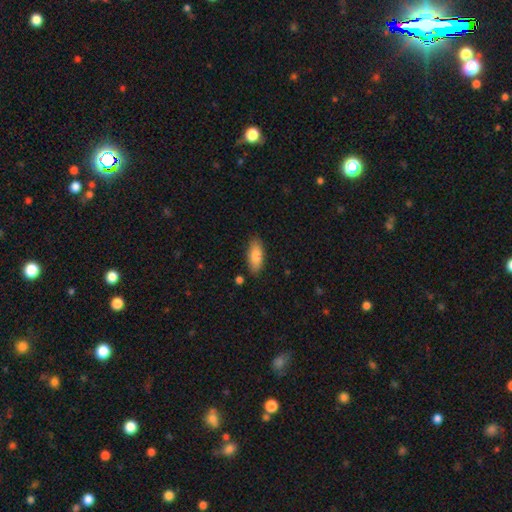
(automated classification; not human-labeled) smooth_or_featured: smooth (p=0.83) [alt: featured or disk p=0.11]
how_rounded: in between (p=0.78) [alt: cigar-shaped p=0.20]
merging: none (p=0.84) [alt: minor disturbance p=0.12]